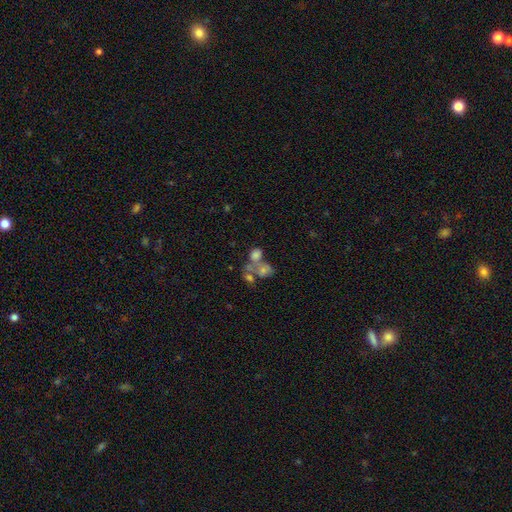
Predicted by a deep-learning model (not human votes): smooth_or_featured: smooth (p=0.65) [alt: featured or disk p=0.21]
how_rounded: in between (p=0.51) [alt: round p=0.48]
merging: merger (p=0.56) [alt: none p=0.26]